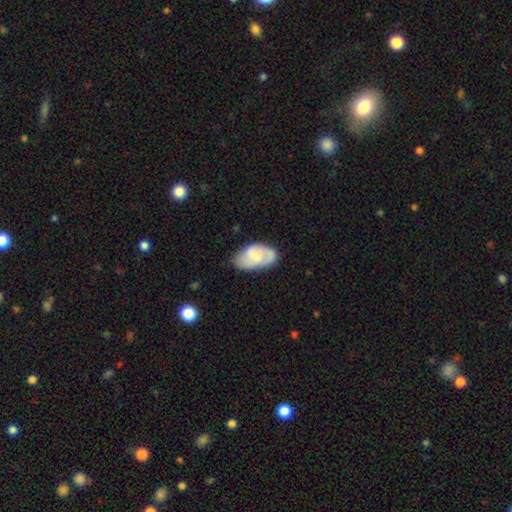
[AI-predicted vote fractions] Smooth or featured: smooth — 50% (featured or disk — 44%)
How rounded: in between — 93% (round — 5%)
Merging: none — 63% (minor disturbance — 27%)